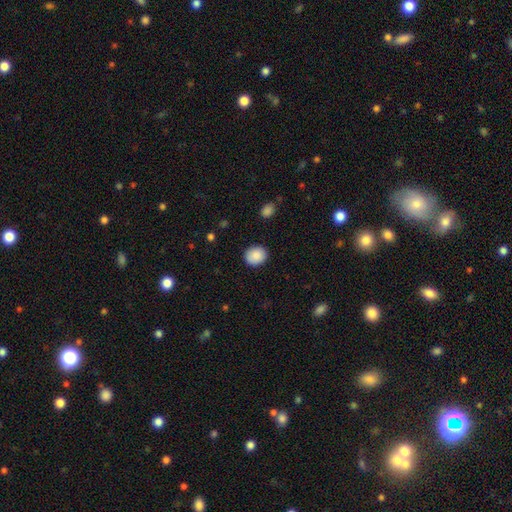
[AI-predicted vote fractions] A smooth galaxy with no disk features (89%) that is round (69%). Merging: none (89%).